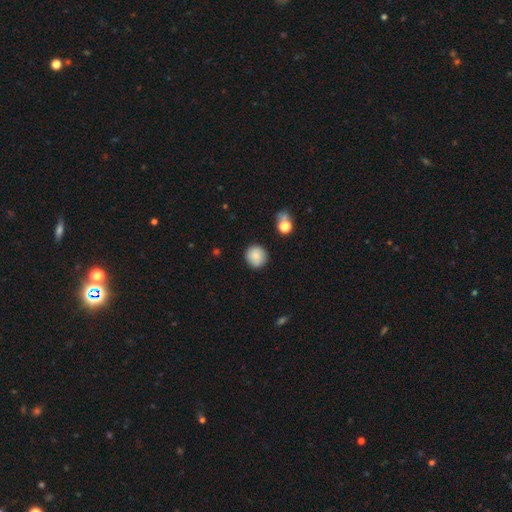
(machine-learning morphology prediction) A smooth galaxy with no disk features (85%) that is round (91%). Merging: none (85%).